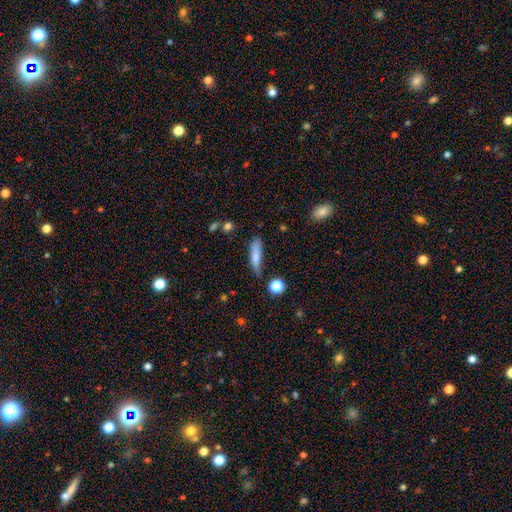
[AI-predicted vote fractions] smooth 75%, featured or disk 17%, star or artifact 8%. Down the decision tree: how rounded — cigar-shaped (75%); merging — none (68%).